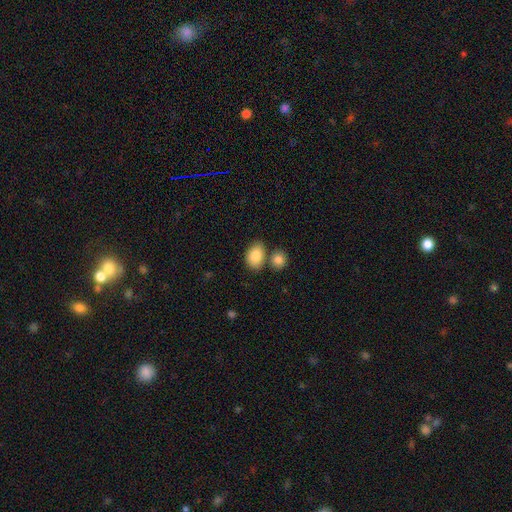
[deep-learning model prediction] smooth_or_featured: smooth (p=0.86) [alt: featured or disk p=0.07]
how_rounded: in between (p=0.83) [alt: round p=0.16]
merging: none (p=0.60) [alt: merger p=0.24]